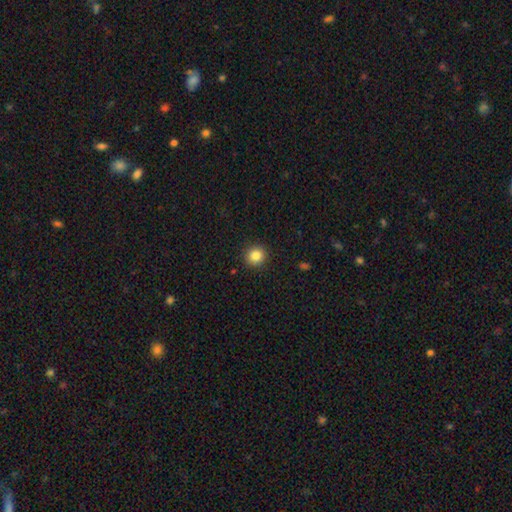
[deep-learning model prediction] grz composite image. It shows a smooth galaxy with no disk features (84%) that is round (92%). Merging: none (92%).